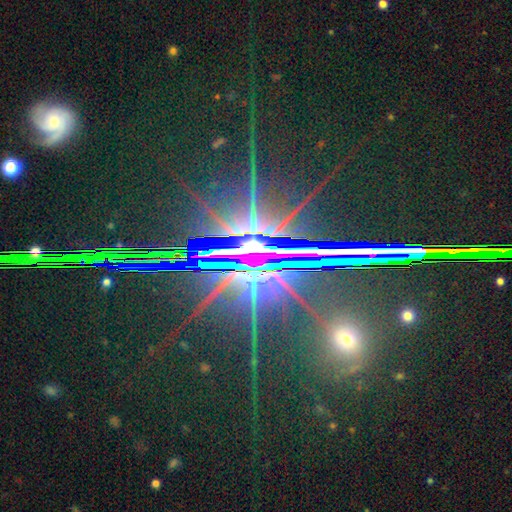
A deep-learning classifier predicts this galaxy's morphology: A star or artifact, not a galaxy (84%).